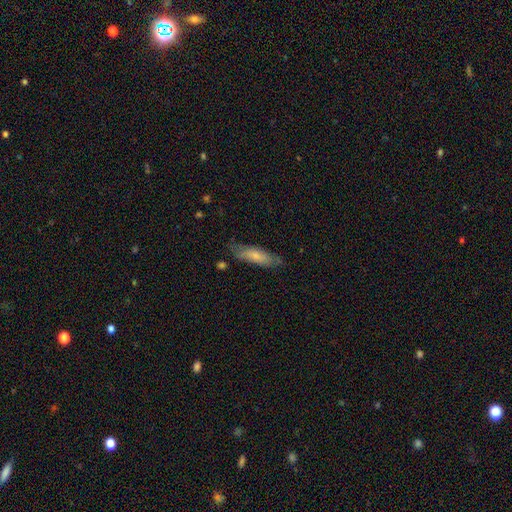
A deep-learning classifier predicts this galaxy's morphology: A smooth galaxy with no disk features (67%) that is cigar-shaped (52%).

Vote fractions:
- Smooth or featured? smooth: 67% / featured or disk: 27% / star or artifact: 6%
- How rounded? cigar-shaped: 52% / in between: 47% / round: 2%
- Merging? none: 71% / minor disturbance: 21% / major disturbance: 6% / merger: 2%